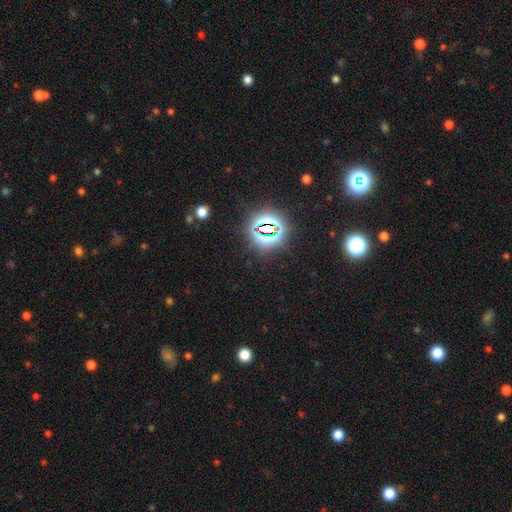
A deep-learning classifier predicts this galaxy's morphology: This is clearly a star or artifact rather than a galaxy (81%).